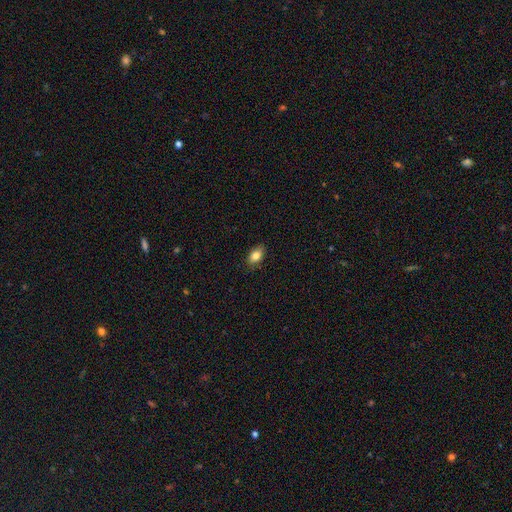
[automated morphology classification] This is clearly a smooth galaxy (84%). How rounded: clearly in between (88%). Merging: clearly none (87%).